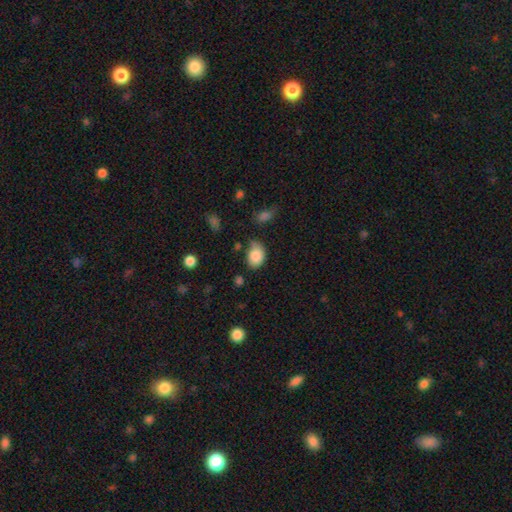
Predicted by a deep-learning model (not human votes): A smooth galaxy with no disk features (86%) that is in between round and cigar-shaped (72%). Merging: none (54%).